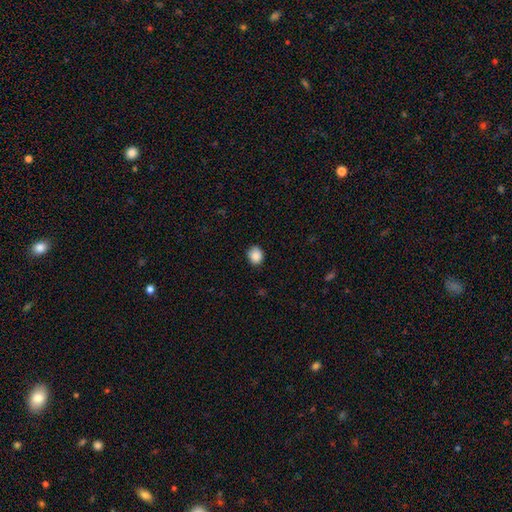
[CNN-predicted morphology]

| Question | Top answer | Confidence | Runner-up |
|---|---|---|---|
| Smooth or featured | smooth | 88% | star or artifact (9%) |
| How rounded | round | 66% | in between (33%) |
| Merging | none | 86% | minor disturbance (11%) |